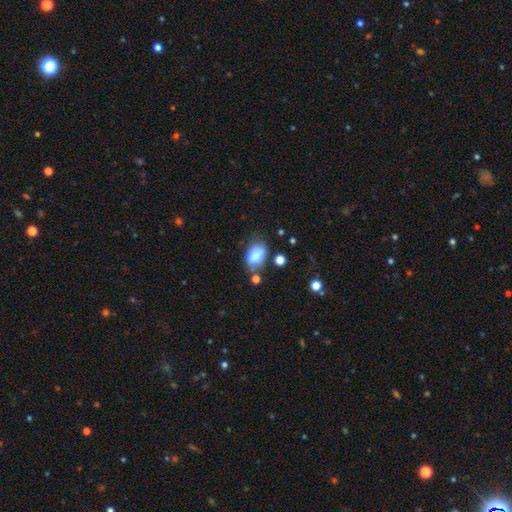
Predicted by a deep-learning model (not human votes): smooth 81%, featured or disk 9%, star or artifact 9%. Down the decision tree: how rounded — in between (87%); merging — none (51%).